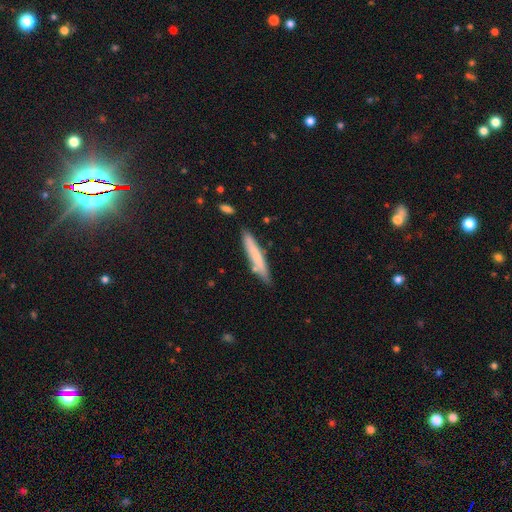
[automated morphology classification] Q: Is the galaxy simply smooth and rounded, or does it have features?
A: smooth — 68%.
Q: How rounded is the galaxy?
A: cigar-shaped — 93%.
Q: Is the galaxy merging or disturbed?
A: none — 79%.